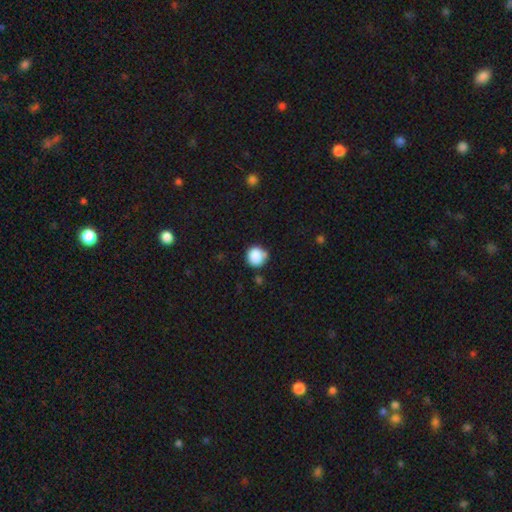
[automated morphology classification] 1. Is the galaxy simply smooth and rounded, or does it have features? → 86% smooth, 9% star or artifact, 5% featured or disk.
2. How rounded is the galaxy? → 91% round, 8% in between, 1% cigar-shaped.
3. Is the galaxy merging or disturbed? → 70% none, 18% minor disturbance, 8% merger, 4% major disturbance.